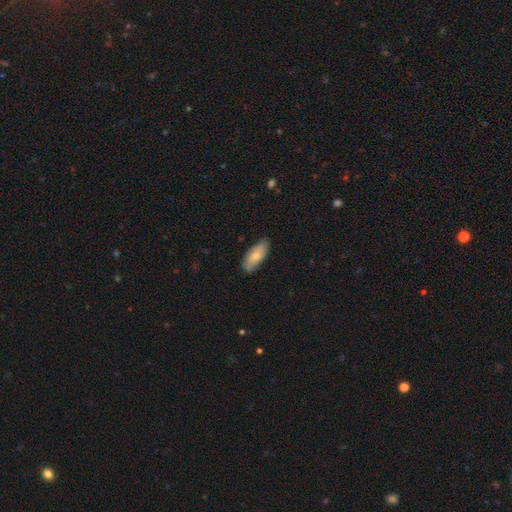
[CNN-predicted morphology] Smooth or featured? smooth (70%)
How rounded? in between (85%)
Merging? none (77%)